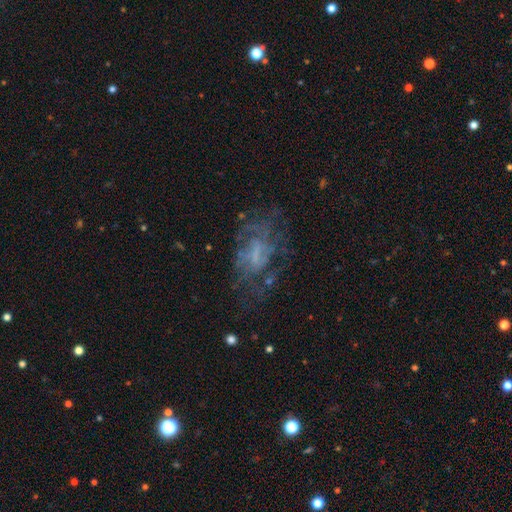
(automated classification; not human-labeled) smooth_or_featured: featured or disk (p=0.65) [alt: smooth p=0.20]
disk_edge_on: no (p=0.96) [alt: yes p=0.04]
bar: no (p=0.46) [alt: weak p=0.41]
has_spiral_arms: yes (p=0.56) [alt: no p=0.44]
bulge_size: none (p=0.49) [alt: small p=0.26]
merging: none (p=0.48) [alt: major disturbance p=0.30]